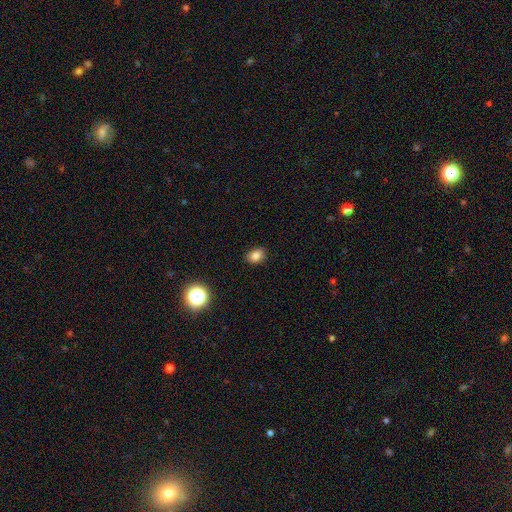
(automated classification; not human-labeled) This is clearly a smooth galaxy (81%). How rounded: likely in between (66%). Merging: clearly none (89%).